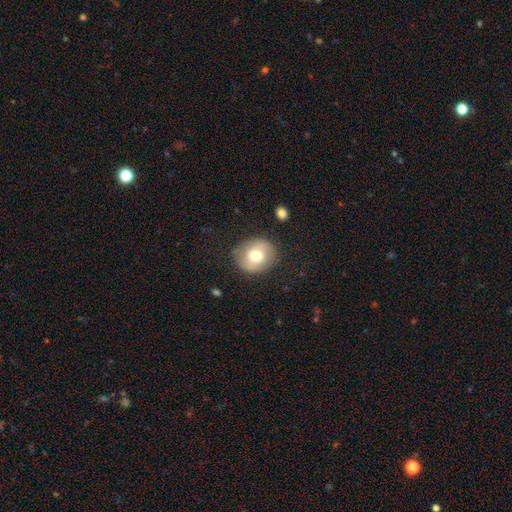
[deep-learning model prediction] The model was most divided on "smooth or featured": smooth: 65%, featured or disk: 27%, star or artifact: 8%. More confident: merging — none (83%); how rounded — round (73%).